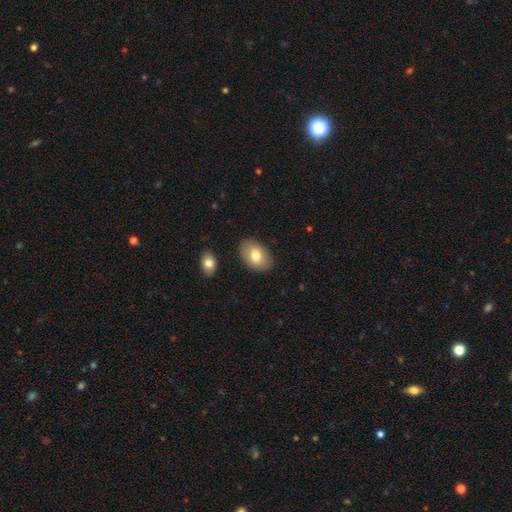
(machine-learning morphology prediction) Smooth or featured? smooth (76%)
How rounded? in between (88%)
Merging? none (86%)